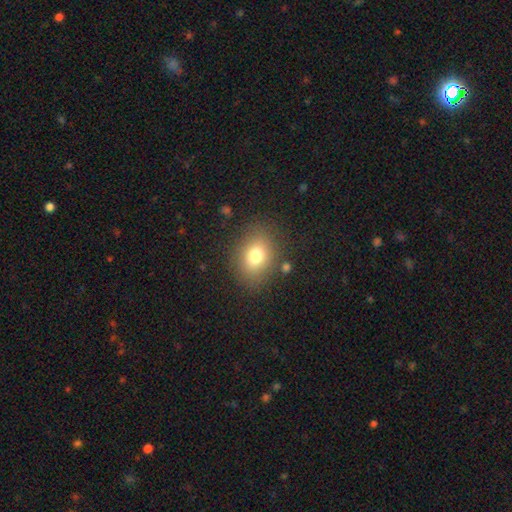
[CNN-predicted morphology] This is likely a smooth galaxy (76%). How rounded: possibly in between (60%). Merging: clearly none (82%).